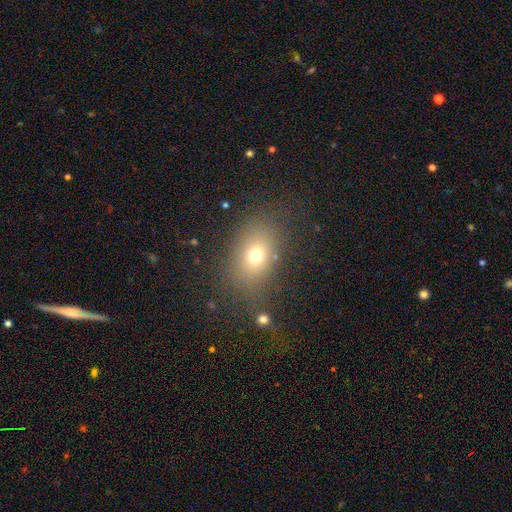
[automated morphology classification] A smooth galaxy with no disk features (70%) that is in between round and cigar-shaped (69%).

Vote fractions:
- Smooth or featured? smooth: 70% / star or artifact: 16% / featured or disk: 13%
- How rounded? in between: 69% / round: 30% / cigar-shaped: 1%
- Merging? none: 77% / minor disturbance: 13% / major disturbance: 7% / merger: 3%